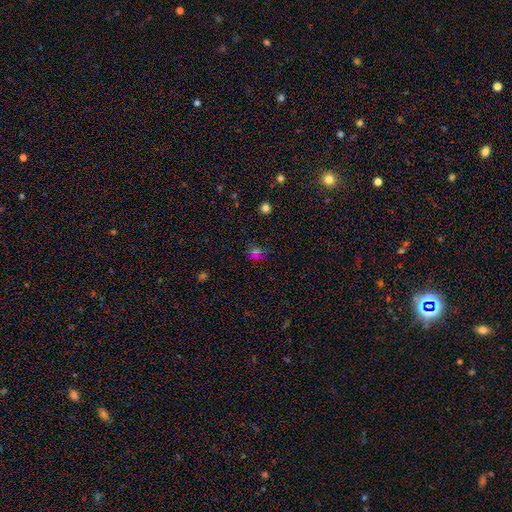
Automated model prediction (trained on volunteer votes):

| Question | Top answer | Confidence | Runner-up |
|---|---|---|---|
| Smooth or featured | smooth | 51% | star or artifact (41%) |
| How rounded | round | 68% | in between (30%) |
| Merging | none | 74% | minor disturbance (16%) |